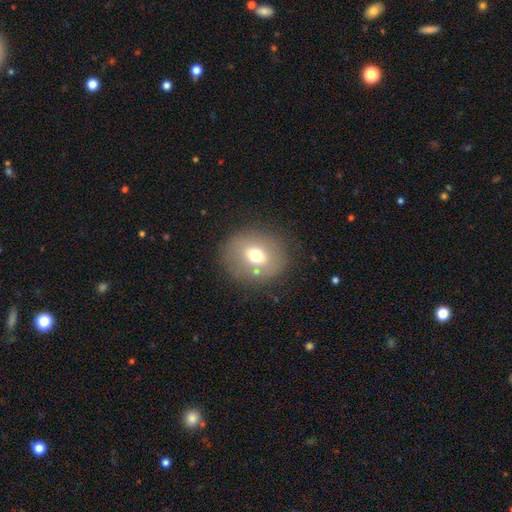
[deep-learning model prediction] Overall: smooth (65%). How rounded: round (71%). Merging: none (79%).